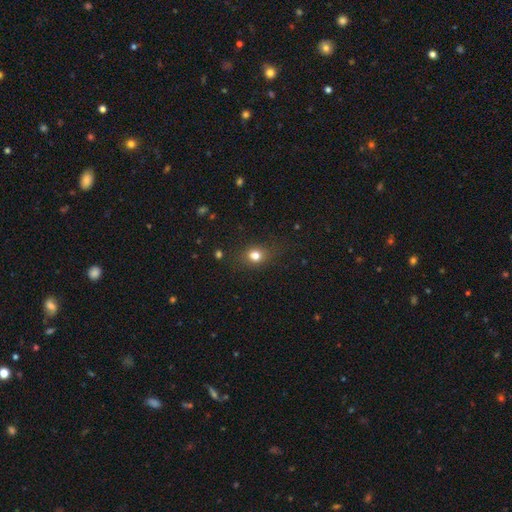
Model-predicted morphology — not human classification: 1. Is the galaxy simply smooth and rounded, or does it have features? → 78% smooth, 14% star or artifact, 8% featured or disk.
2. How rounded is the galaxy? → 61% round, 38% in between, 2% cigar-shaped.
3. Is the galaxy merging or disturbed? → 78% none, 15% minor disturbance, 6% major disturbance, 2% merger.